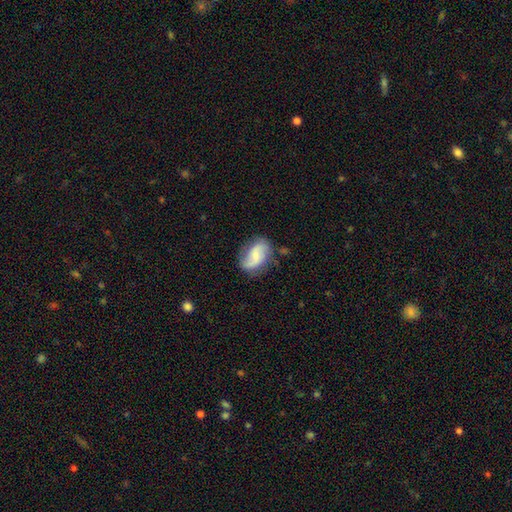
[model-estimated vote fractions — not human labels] This appears to be a featured or disk galaxy (62%) with no bar (46%), 2 (85%) loose (54%) spiral arms (90%) and a small central bulge (52%). Merging: none (65%).